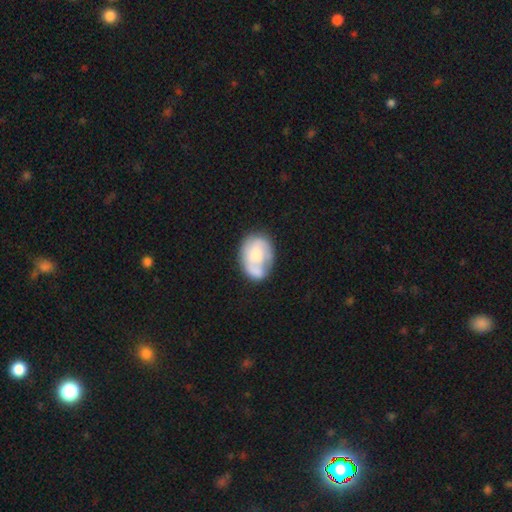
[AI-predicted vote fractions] Smooth or featured?
  - smooth: 49% *
  - featured or disk: 45%
  - star or artifact: 6%
Merging?
  - none: 48% *
  - minor disturbance: 26%
  - merger: 14%
  - major disturbance: 12%